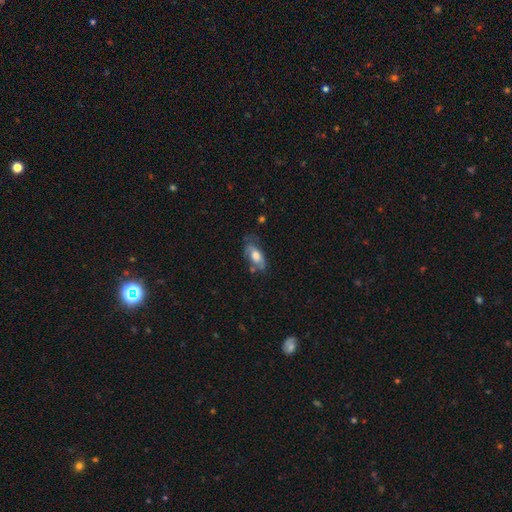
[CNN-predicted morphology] Smooth or featured? Predicted: smooth (p=0.53). How rounded? Predicted: in between (p=0.86). Merging? Predicted: none (p=0.45).